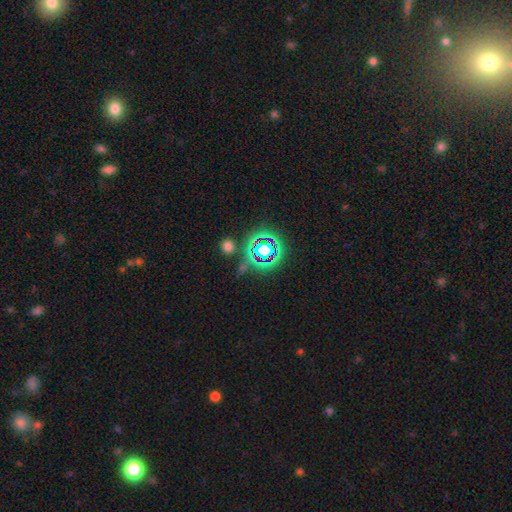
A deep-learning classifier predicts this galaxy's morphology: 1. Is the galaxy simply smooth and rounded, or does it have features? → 72% star or artifact, 17% smooth, 10% featured or disk.